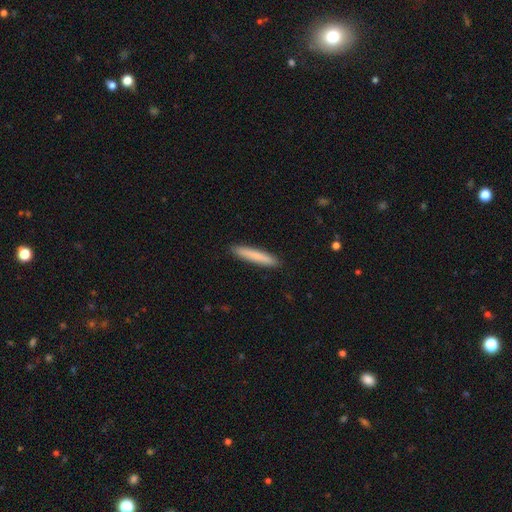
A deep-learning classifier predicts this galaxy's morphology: A smooth galaxy with no disk features (81%) that is cigar-shaped (95%). Merging: none (92%).